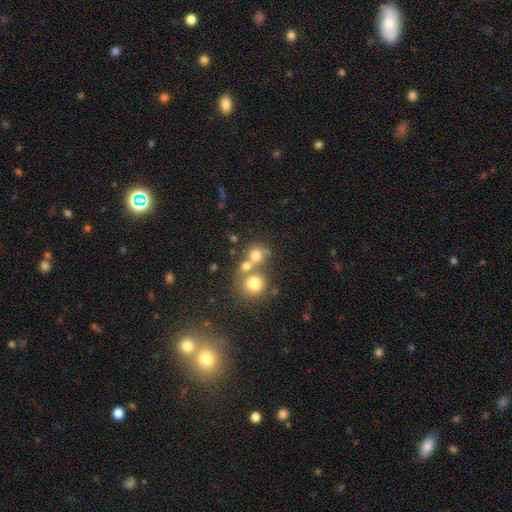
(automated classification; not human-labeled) This is likely a smooth galaxy (71%). How rounded: clearly round (81%). Merging: possibly merger (47%).